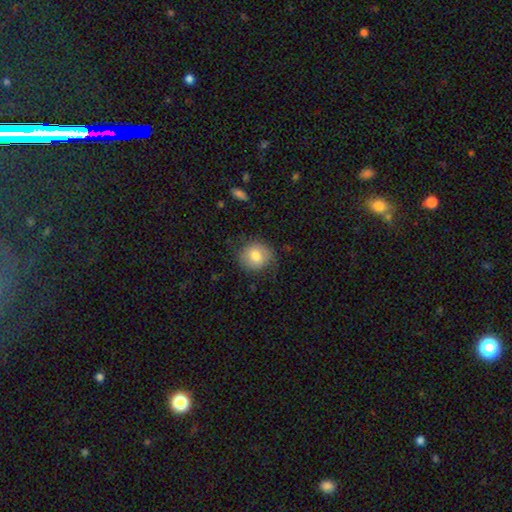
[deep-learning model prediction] Morphology: type=smooth (76%); roundness=round (84%); merging=none (77%).